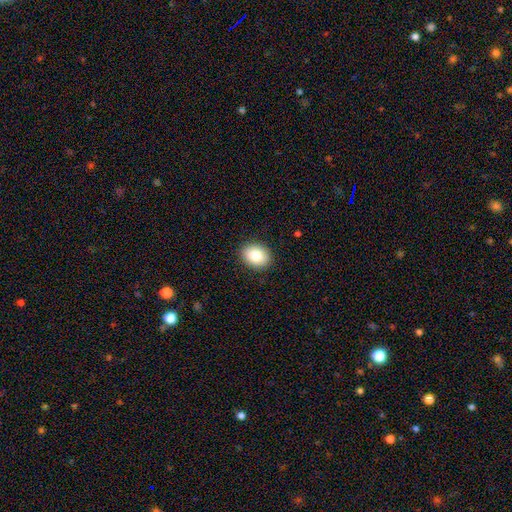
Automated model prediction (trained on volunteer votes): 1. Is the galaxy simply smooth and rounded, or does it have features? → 85% smooth, 8% star or artifact, 7% featured or disk.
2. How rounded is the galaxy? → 63% in between, 36% round, 1% cigar-shaped.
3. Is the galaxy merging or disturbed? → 90% none, 7% minor disturbance, 2% major disturbance, 1% merger.